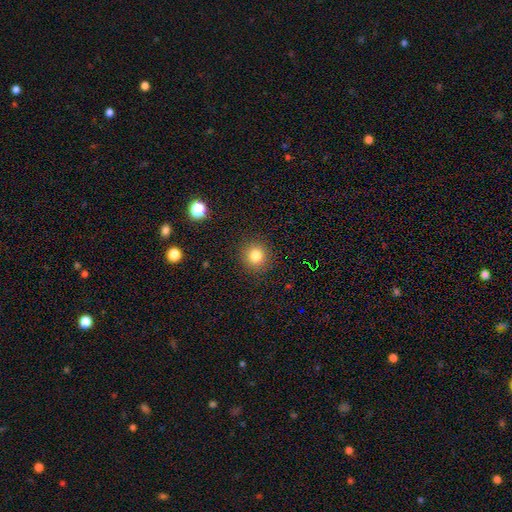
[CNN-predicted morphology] A smooth galaxy with no disk features (81%) that is round (92%).

Vote fractions:
- Smooth or featured? smooth: 81% / star or artifact: 13% / featured or disk: 6%
- How rounded? round: 92% / in between: 7% / cigar-shaped: 1%
- Merging? none: 90% / minor disturbance: 6% / major disturbance: 2% / merger: 1%